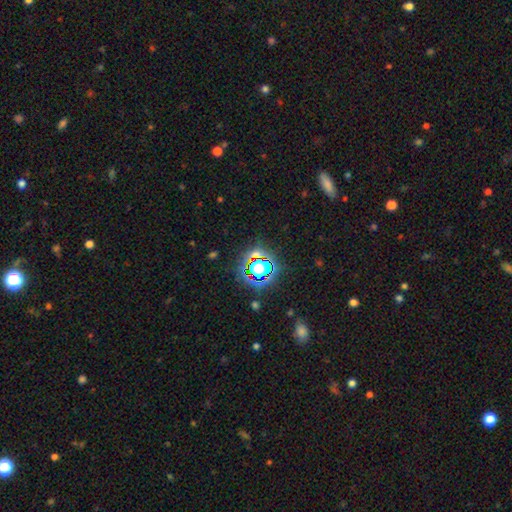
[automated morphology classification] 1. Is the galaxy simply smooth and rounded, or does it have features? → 67% star or artifact, 22% smooth, 11% featured or disk.